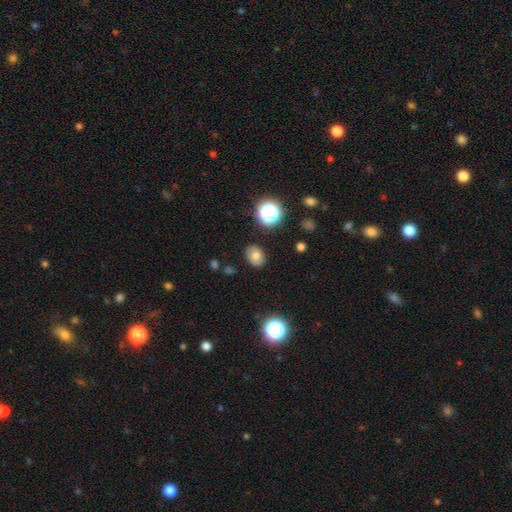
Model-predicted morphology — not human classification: Q: Smooth or featured?
A: smooth (71%); runner-up: featured or disk (16%)
Q: How rounded?
A: in between (55%); runner-up: round (44%)
Q: Merging?
A: none (85%); runner-up: minor disturbance (11%)